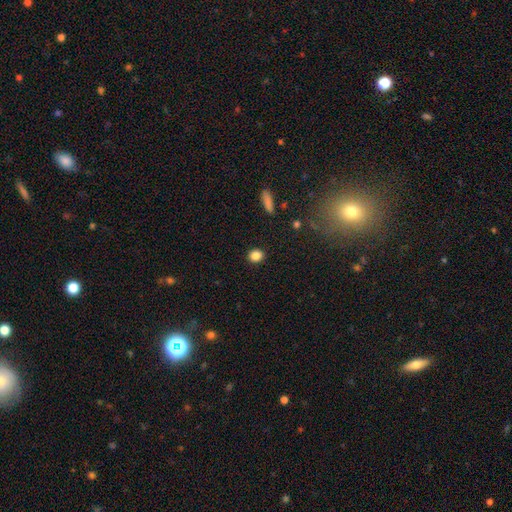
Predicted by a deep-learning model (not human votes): Morphology: type=smooth (85%); roundness=round (75%); merging=none (91%).